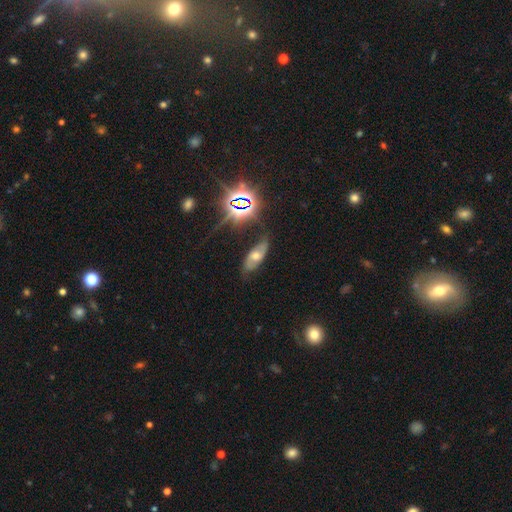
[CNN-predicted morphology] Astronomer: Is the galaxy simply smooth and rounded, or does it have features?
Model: featured or disk — 48% (runner-up: smooth, 33%).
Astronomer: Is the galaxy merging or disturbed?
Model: none — 70%.